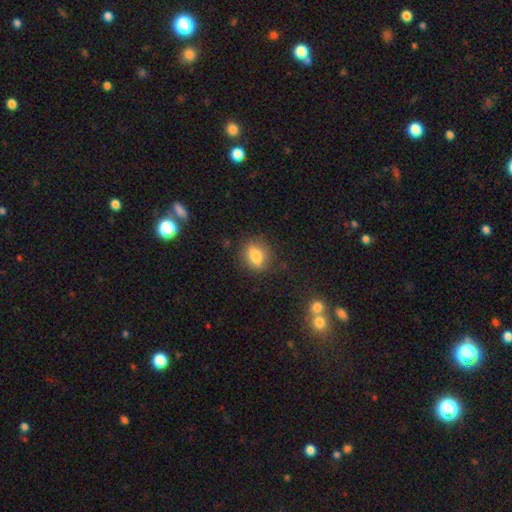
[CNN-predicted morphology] Smooth or featured: smooth — 77% (featured or disk — 13%)
How rounded: in between — 55% (round — 41%)
Merging: none — 82% (minor disturbance — 13%)